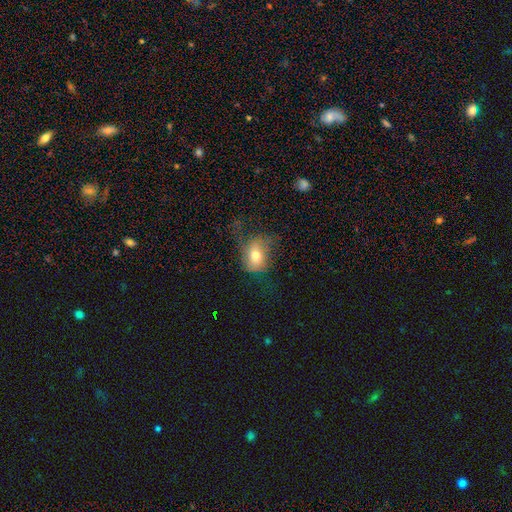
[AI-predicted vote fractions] smooth 70%, featured or disk 19%, star or artifact 11%. Down the decision tree: how rounded — in between (58%); merging — none (44%).